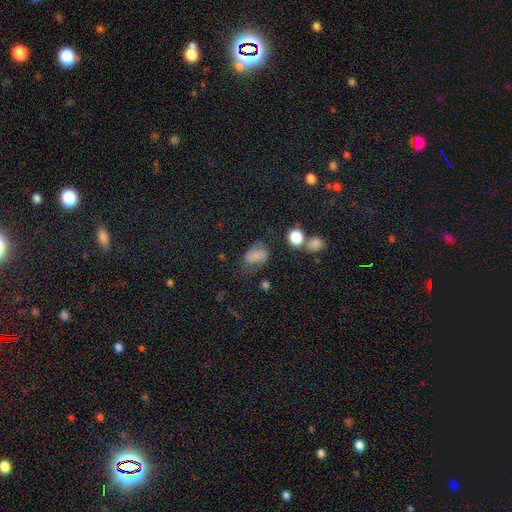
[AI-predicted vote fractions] Smooth or featured: smooth — 73% (star or artifact — 15%)
How rounded: in between — 79% (round — 19%)
Merging: none — 49% (minor disturbance — 28%)